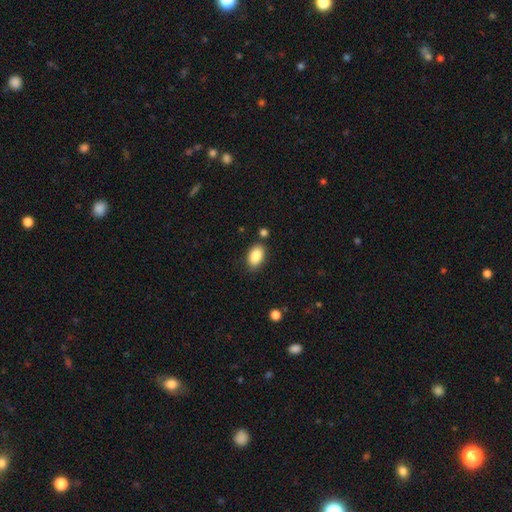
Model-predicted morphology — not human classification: This appears to be a smooth galaxy with no disk features (87%) that is in between round and cigar-shaped (92%). Merging: none (80%).